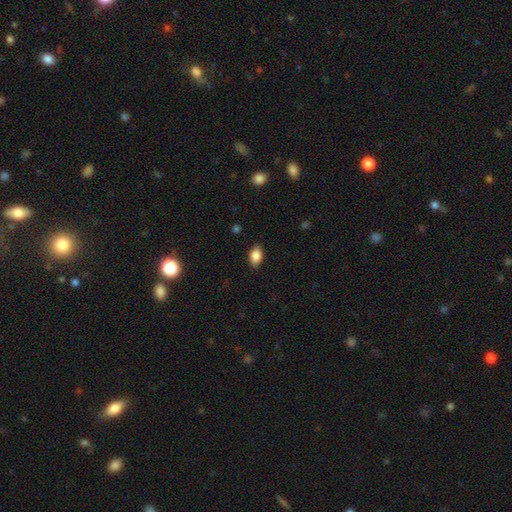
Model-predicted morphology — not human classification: Smooth or featured? smooth (85%)
How rounded? in between (88%)
Merging? none (86%)